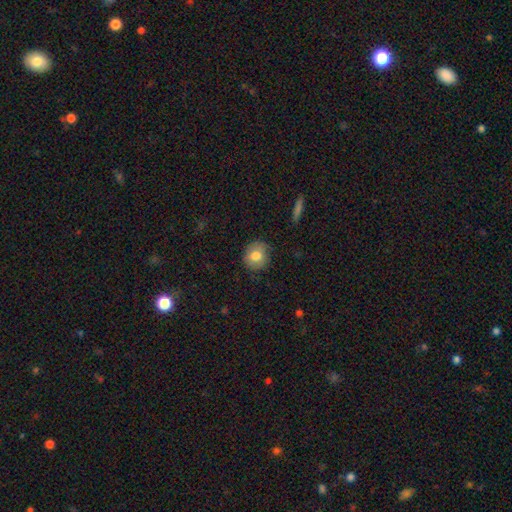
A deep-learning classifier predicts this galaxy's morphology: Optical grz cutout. It shows a smooth galaxy with no disk features (78%) that is round (85%). Merging: none (81%).